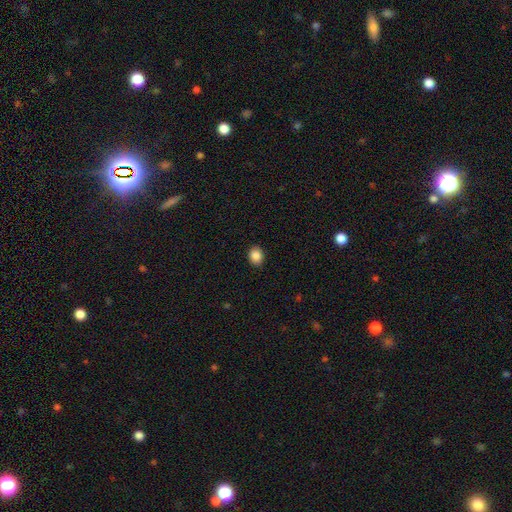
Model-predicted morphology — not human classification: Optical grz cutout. It shows a smooth galaxy with no disk features (87%) that is round (52%). Merging: none (90%).